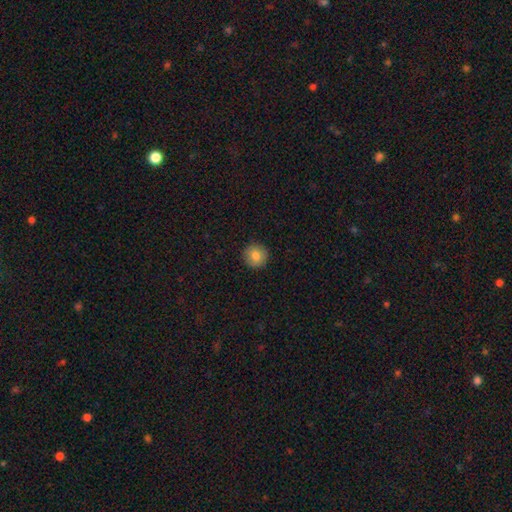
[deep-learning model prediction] A smooth galaxy with no disk features (81%) that is round (95%).

Vote fractions:
- Smooth or featured? smooth: 81% / featured or disk: 10% / star or artifact: 9%
- How rounded? round: 95% / in between: 4% / cigar-shaped: 1%
- Merging? none: 92% / minor disturbance: 5% / major disturbance: 2% / merger: 1%